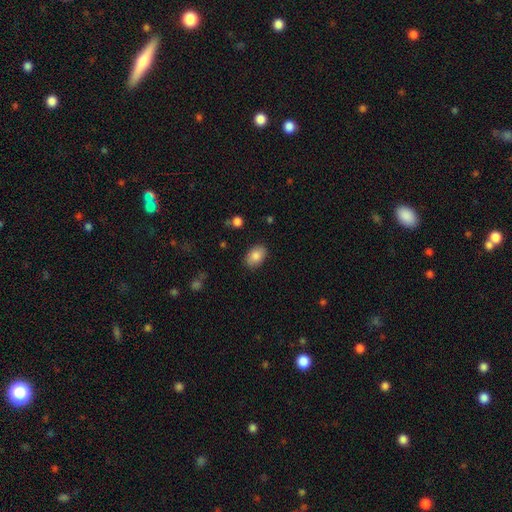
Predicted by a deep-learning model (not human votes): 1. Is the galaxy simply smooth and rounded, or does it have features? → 84% smooth, 9% featured or disk, 7% star or artifact.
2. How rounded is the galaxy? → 87% in between, 11% round, 1% cigar-shaped.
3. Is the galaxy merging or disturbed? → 85% none, 11% minor disturbance, 3% major disturbance, 1% merger.